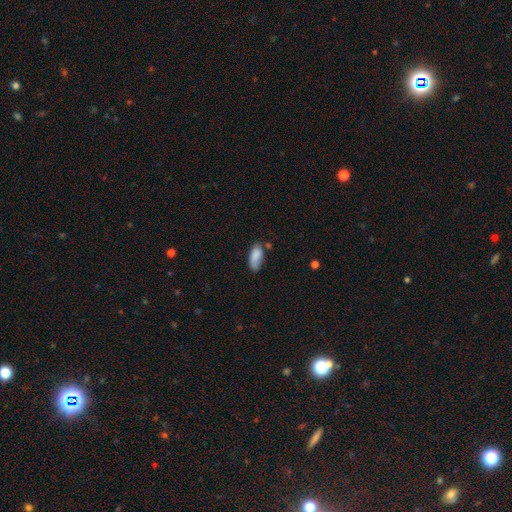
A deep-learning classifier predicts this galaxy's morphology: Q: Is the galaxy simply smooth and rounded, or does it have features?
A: smooth — 83%.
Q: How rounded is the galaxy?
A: in between — 87%.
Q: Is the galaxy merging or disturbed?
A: none — 57%.